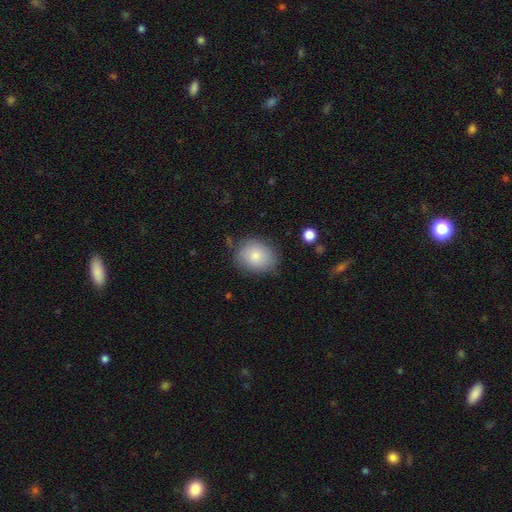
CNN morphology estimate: Smooth or featured? Predicted: smooth (p=0.81). How rounded? Predicted: round (p=0.50). Merging? Predicted: none (p=0.73).